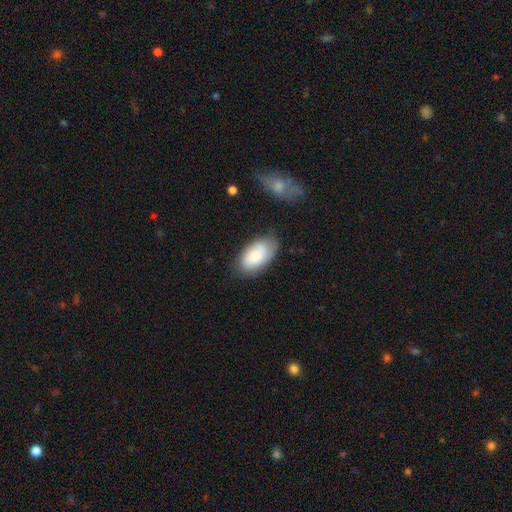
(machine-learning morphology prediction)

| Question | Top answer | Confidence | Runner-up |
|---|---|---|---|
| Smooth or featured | smooth | 71% | featured or disk (22%) |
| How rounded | in between | 94% | round (5%) |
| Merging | none | 72% | minor disturbance (20%) |